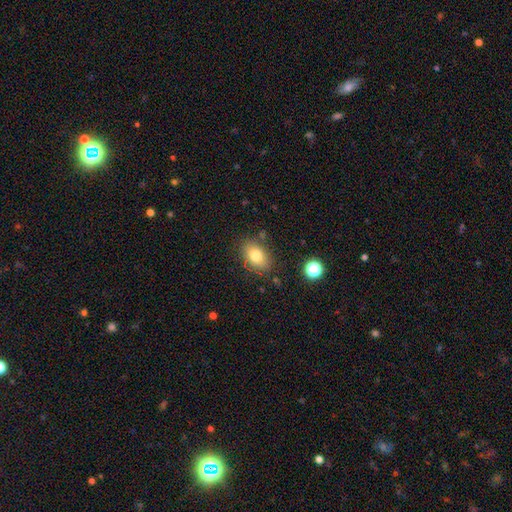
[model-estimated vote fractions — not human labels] Smooth or featured? smooth (79%)
How rounded? in between (81%)
Merging? none (80%)